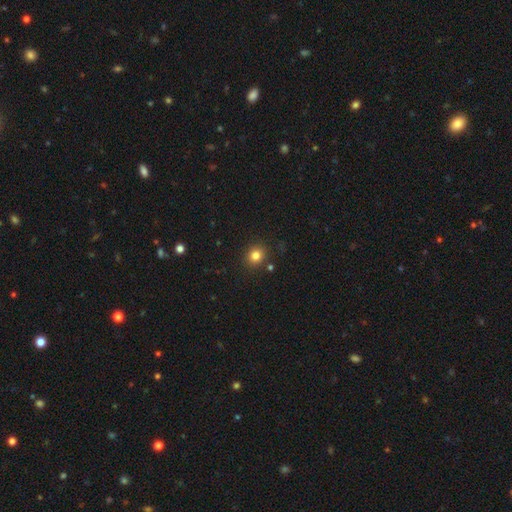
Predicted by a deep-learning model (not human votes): Overall: smooth (81%). How rounded: round (78%). Merging: none (86%).